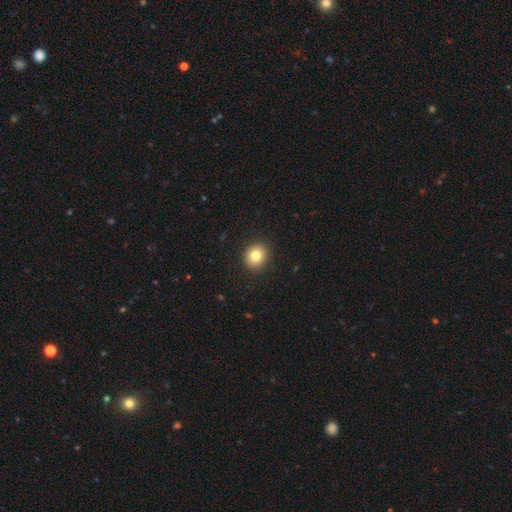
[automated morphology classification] smooth-or-featured: smooth: 81% | star or artifact: 11% | featured or disk: 8%
  how-rounded: round: 78% | in between: 21% | cigar-shaped: 1%
  merging: none: 91% | minor disturbance: 6% | major disturbance: 2% | merger: 1%